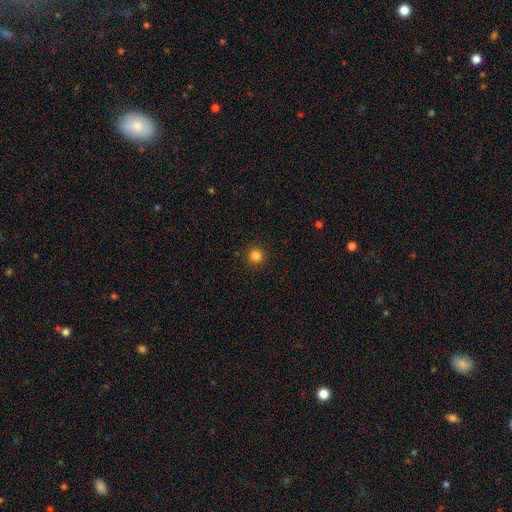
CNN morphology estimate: smooth_or_featured: smooth (p=0.83) [alt: star or artifact p=0.13]
how_rounded: round (p=0.96) [alt: in between p=0.03]
merging: none (p=0.92) [alt: minor disturbance p=0.05]